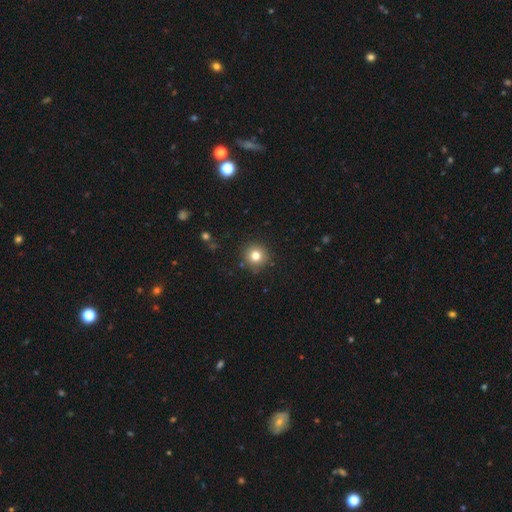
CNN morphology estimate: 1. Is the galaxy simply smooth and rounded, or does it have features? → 80% smooth, 12% star or artifact, 8% featured or disk.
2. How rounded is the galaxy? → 94% round, 5% in between, 1% cigar-shaped.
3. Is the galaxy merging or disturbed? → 89% none, 7% minor disturbance, 2% major disturbance, 2% merger.